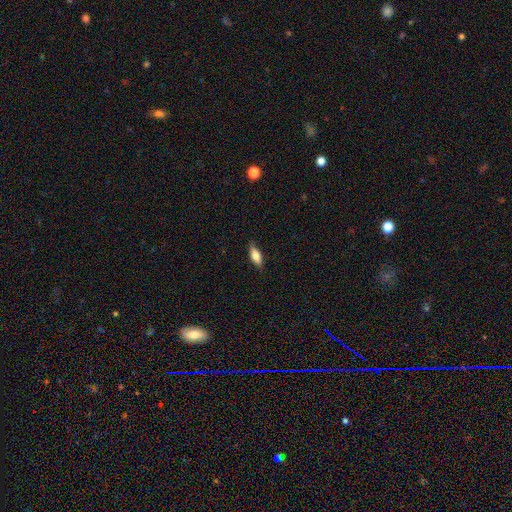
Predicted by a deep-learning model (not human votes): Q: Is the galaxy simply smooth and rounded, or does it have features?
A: smooth — 68%.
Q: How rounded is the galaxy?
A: in between — 67%.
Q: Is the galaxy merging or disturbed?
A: none — 83%.